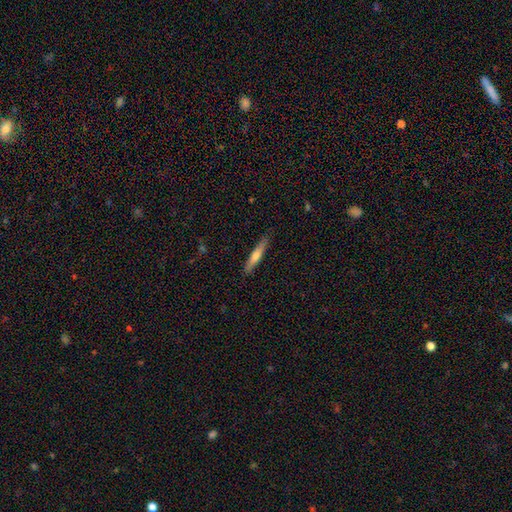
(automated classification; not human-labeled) The model was most divided on "smooth or featured": smooth: 53%, featured or disk: 42%, star or artifact: 6%. More confident: how rounded — cigar-shaped (91%); merging — none (87%).